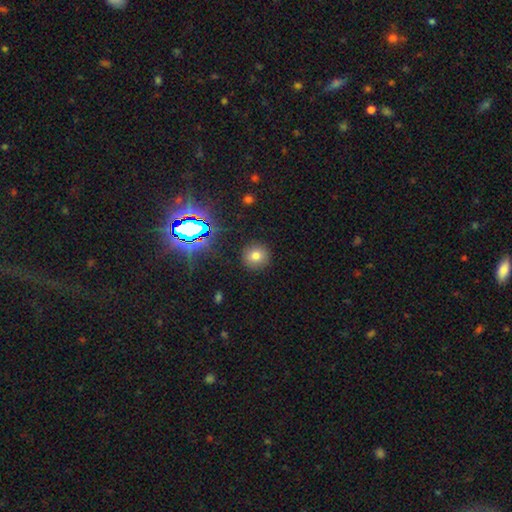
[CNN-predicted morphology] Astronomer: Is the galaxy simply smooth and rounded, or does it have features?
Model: smooth — 72%.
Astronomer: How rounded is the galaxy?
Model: round — 92%.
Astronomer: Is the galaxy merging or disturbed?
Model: none — 89%.